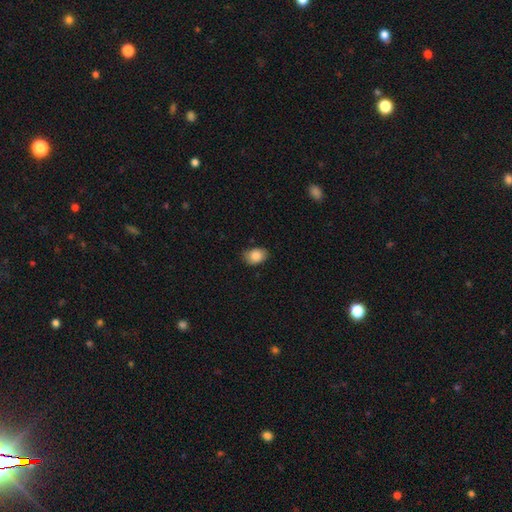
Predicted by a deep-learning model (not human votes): Smooth or featured? smooth (87%)
How rounded? in between (77%)
Merging? none (79%)